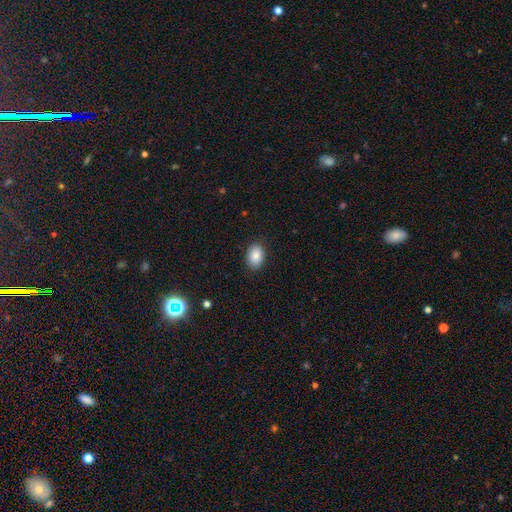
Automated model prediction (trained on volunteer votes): Q: Smooth or featured?
A: smooth (85%); runner-up: star or artifact (8%)
Q: How rounded?
A: in between (81%); runner-up: round (18%)
Q: Merging?
A: none (87%); runner-up: minor disturbance (10%)